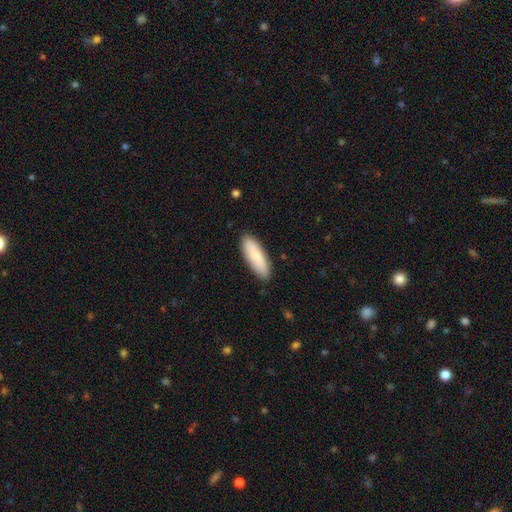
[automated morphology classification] smooth-or-featured: smooth: 83% | featured or disk: 12% | star or artifact: 6%
  how-rounded: in between: 54% | cigar-shaped: 44% | round: 2%
  merging: none: 86% | minor disturbance: 11% | major disturbance: 2% | merger: 1%